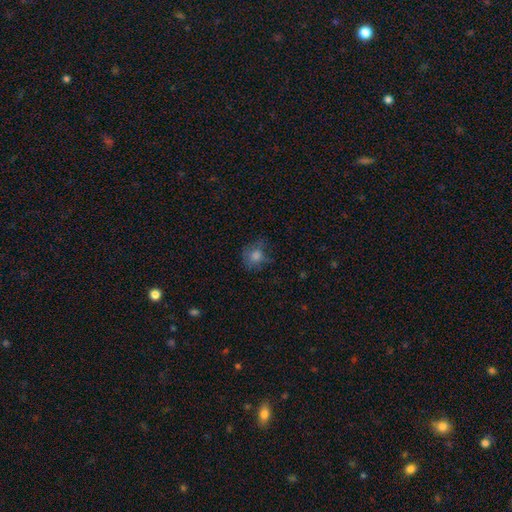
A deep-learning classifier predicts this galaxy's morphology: Smooth or featured?
  - smooth: 72% *
  - featured or disk: 15%
  - star or artifact: 14%
How rounded?
  - round: 72% *
  - in between: 26%
  - cigar-shaped: 1%
Merging?
  - none: 58% *
  - minor disturbance: 25%
  - major disturbance: 15%
  - merger: 2%